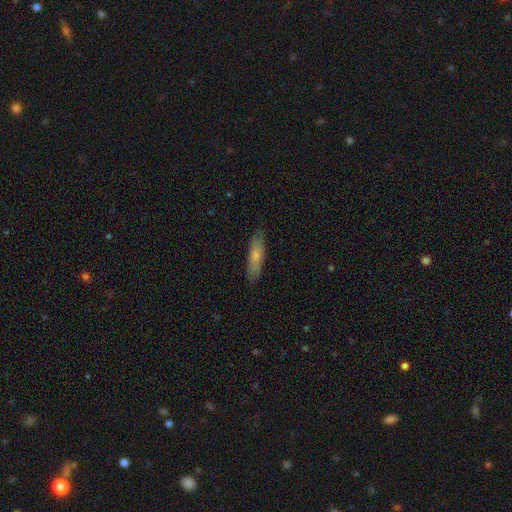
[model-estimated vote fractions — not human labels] Q: Smooth or featured?
A: smooth (70%); runner-up: featured or disk (24%)
Q: How rounded?
A: cigar-shaped (70%); runner-up: in between (28%)
Q: Merging?
A: none (85%); runner-up: minor disturbance (12%)